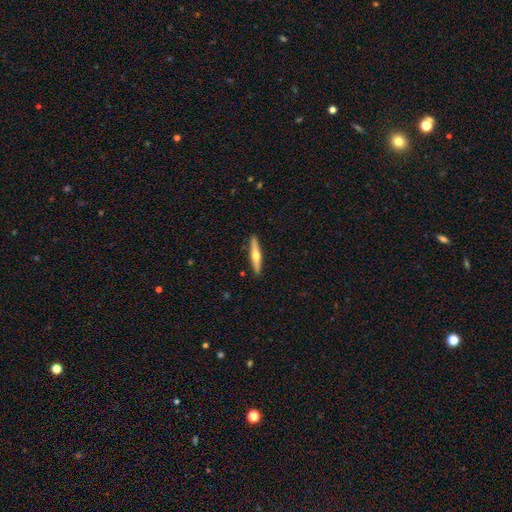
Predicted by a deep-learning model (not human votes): The model was most divided on "smooth or featured": featured or disk: 57%, smooth: 38%, star or artifact: 5%. More confident: edge-on disk — yes (96%); edge-on bulge — rounded (93%); merging — none (91%).